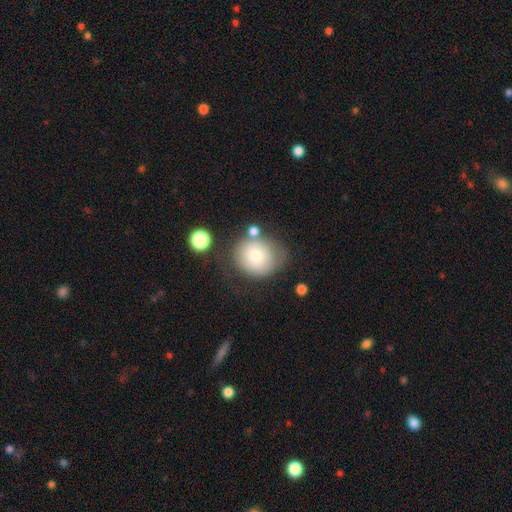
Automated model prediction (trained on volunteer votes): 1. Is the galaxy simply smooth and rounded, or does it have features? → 71% smooth, 20% featured or disk, 9% star or artifact.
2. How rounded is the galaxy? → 83% round, 16% in between, 1% cigar-shaped.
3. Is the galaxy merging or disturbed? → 58% none, 21% minor disturbance, 11% major disturbance, 10% merger.